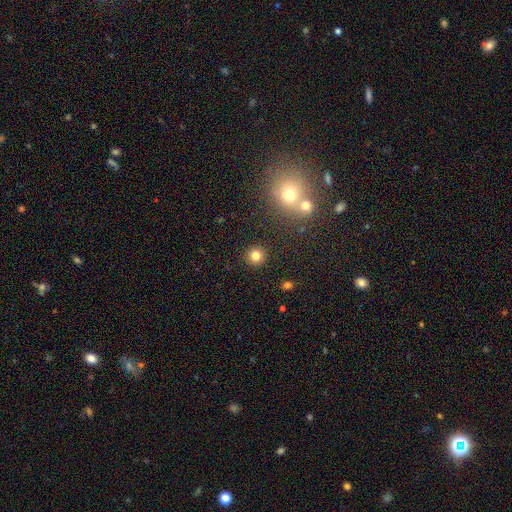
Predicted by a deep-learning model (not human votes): smooth-or-featured: smooth: 81% | star or artifact: 13% | featured or disk: 6%
  how-rounded: round: 94% | in between: 5% | cigar-shaped: 1%
  merging: none: 91% | minor disturbance: 5% | merger: 3% | major disturbance: 2%